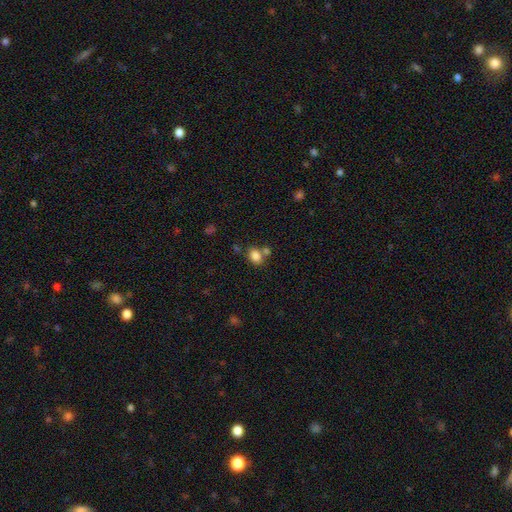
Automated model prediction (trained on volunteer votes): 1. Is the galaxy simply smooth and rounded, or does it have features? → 83% smooth, 10% star or artifact, 7% featured or disk.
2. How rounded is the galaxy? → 65% in between, 34% round, 1% cigar-shaped.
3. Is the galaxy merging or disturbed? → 56% none, 27% merger, 12% minor disturbance, 4% major disturbance.